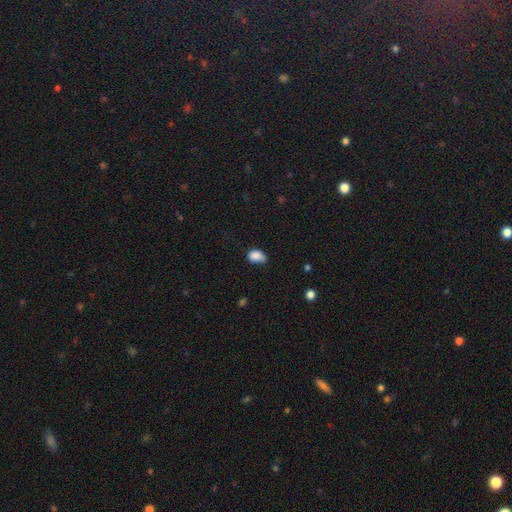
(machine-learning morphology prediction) smooth 85%, star or artifact 9%, featured or disk 6%. Down the decision tree: how rounded — in between (79%); merging — none (44%).